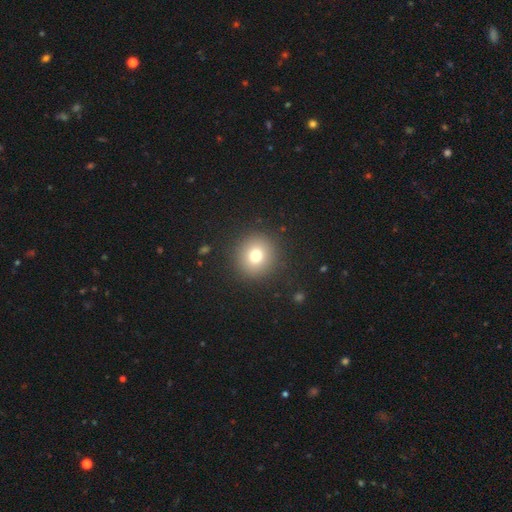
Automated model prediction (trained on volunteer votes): This is likely a smooth galaxy (75%). How rounded: clearly round (92%). Merging: clearly none (91%).